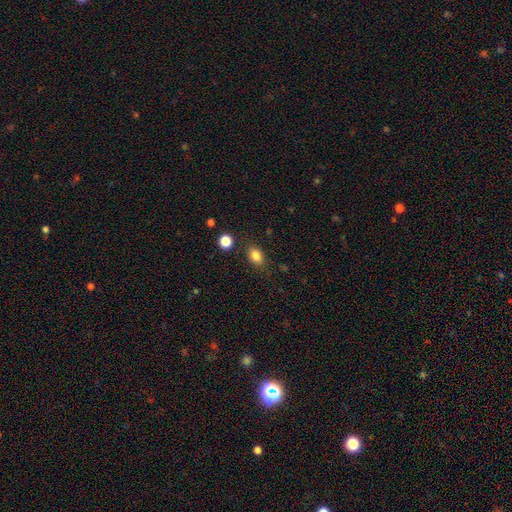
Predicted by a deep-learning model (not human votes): The model was most divided on "how rounded": in between: 73%, round: 25%, cigar-shaped: 2%. More confident: smooth or featured — smooth (84%); merging — none (81%).